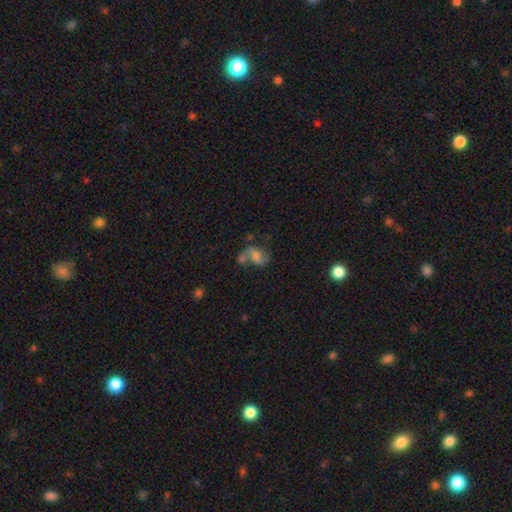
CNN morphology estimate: Smooth or featured: featured or disk — 52% (smooth — 36%)
Edge-on disk: no — 97% (yes — 3%)
Bar: no — 60% (weak — 32%)
Spiral arms: yes — 78% (no — 22%)
Bulge size: moderate — 36% (small — 27%)
Merging: merger — 34% (none — 32%)